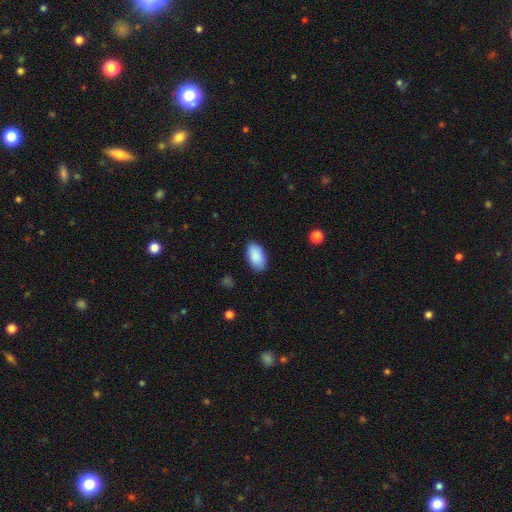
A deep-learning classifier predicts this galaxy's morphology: This is clearly a smooth galaxy (90%). How rounded: clearly in between (95%). Merging: clearly none (87%).